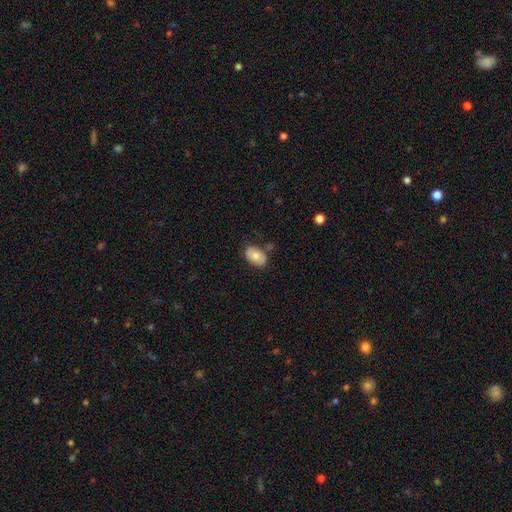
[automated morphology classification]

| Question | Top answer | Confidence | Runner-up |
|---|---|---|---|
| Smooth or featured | smooth | 76% | featured or disk (18%) |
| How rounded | in between | 88% | round (11%) |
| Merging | none | 71% | minor disturbance (18%) |